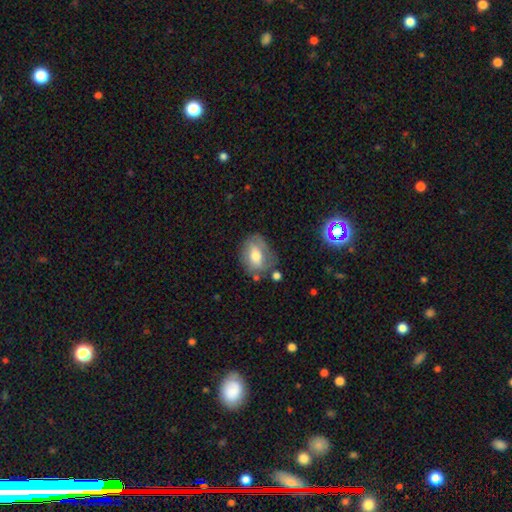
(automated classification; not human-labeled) Morphology: type=smooth (59%); roundness=in between (67%); merging=none (59%).